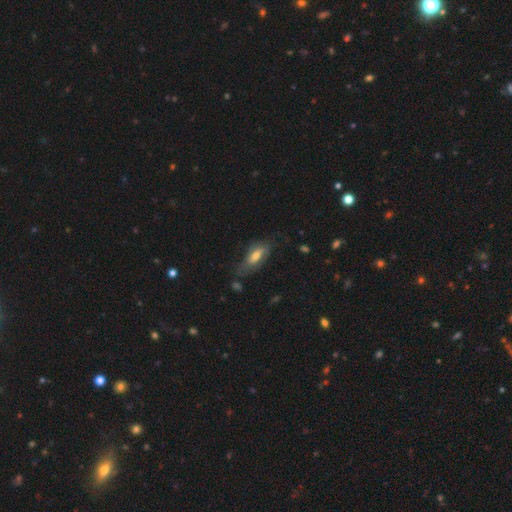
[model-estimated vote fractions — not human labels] A smooth galaxy with no disk features (58%) that is in between round and cigar-shaped (74%).

Vote fractions:
- Smooth or featured? smooth: 58% / featured or disk: 35% / star or artifact: 7%
- How rounded? in between: 74% / cigar-shaped: 23% / round: 3%
- Merging? none: 55% / minor disturbance: 29% / major disturbance: 14% / merger: 3%